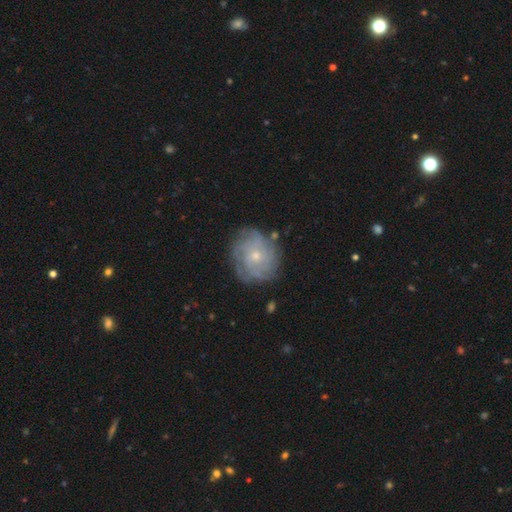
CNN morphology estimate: type=featured or disk (70%); edge-on=no (97%); bar=no (81%); spiral arms=yes (86%); winding=tight (63%); arm count=can't tell (48%); bulge=small (62%); merging=none (78%).